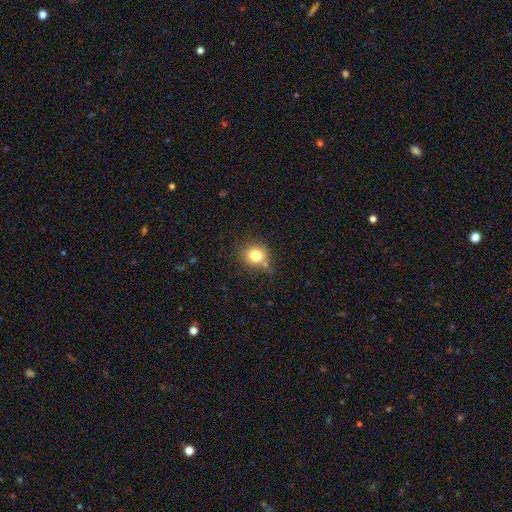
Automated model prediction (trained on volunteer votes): A smooth galaxy with no disk features (81%) that is round (81%). Merging: none (72%).